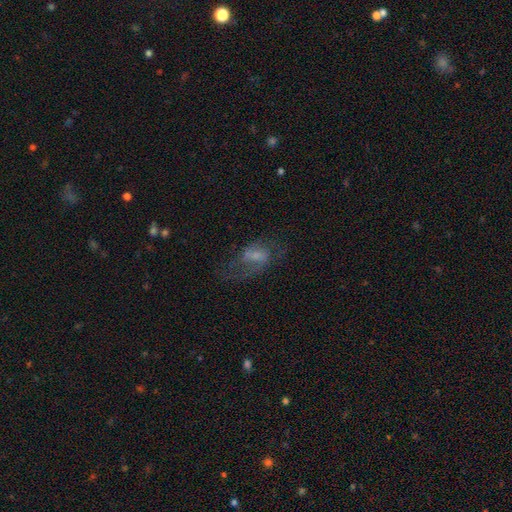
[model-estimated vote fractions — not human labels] Q: Smooth or featured?
A: featured or disk (60%); runner-up: smooth (29%)
Q: Edge-on disk?
A: no (96%); runner-up: yes (4%)
Q: Bar?
A: weak (48%); runner-up: no (35%)
Q: Spiral arms?
A: yes (75%); runner-up: no (25%)
Q: Bulge size?
A: small (36%); runner-up: moderate (29%)
Q: Merging?
A: none (43%); runner-up: major disturbance (34%)